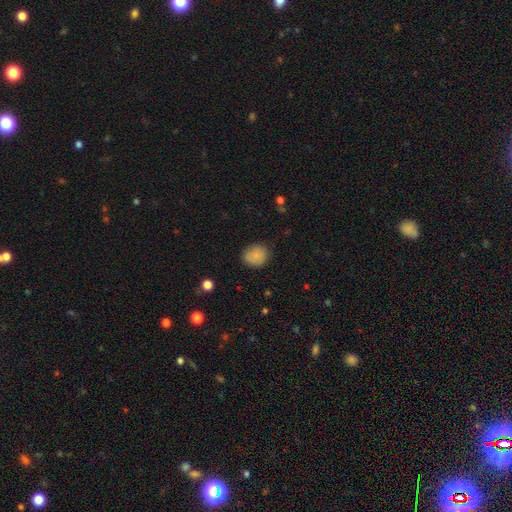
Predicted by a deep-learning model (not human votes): smooth-or-featured: smooth: 83% | star or artifact: 9% | featured or disk: 8%
  how-rounded: round: 76% | in between: 23% | cigar-shaped: 1%
  merging: none: 82% | minor disturbance: 13% | major disturbance: 3% | merger: 1%